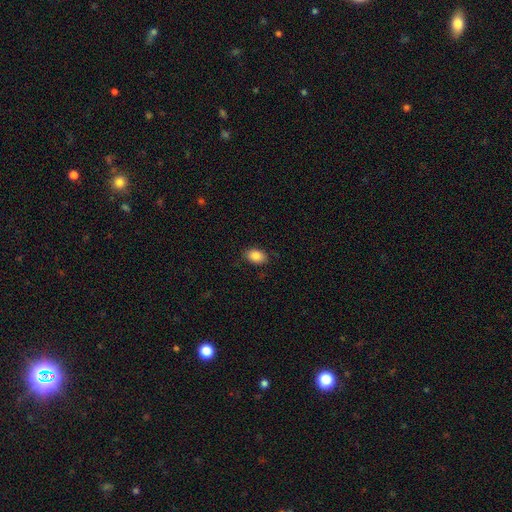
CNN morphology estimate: This is clearly a smooth galaxy (87%). How rounded: clearly in between (85%). Merging: clearly none (84%).